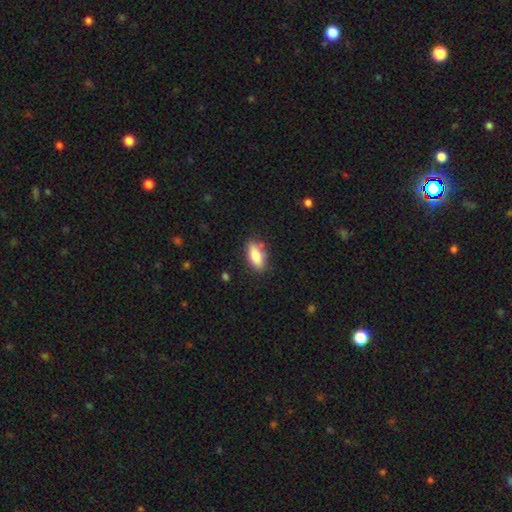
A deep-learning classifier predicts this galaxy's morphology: Smooth or featured: smooth — 80% (featured or disk — 13%)
How rounded: in between — 79% (cigar-shaped — 18%)
Merging: none — 80% (minor disturbance — 14%)